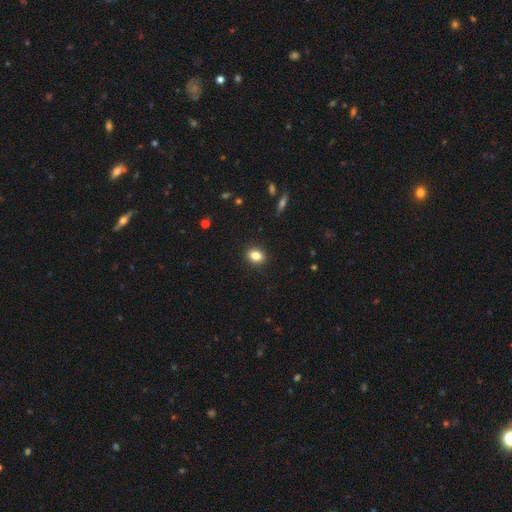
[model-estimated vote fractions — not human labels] Q: Smooth or featured?
A: smooth (83%); runner-up: star or artifact (10%)
Q: How rounded?
A: in between (61%); runner-up: round (37%)
Q: Merging?
A: none (89%); runner-up: minor disturbance (8%)